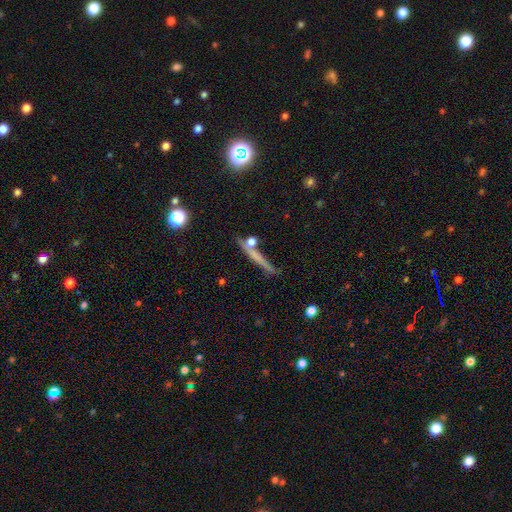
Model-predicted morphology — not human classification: Smooth or featured? Predicted: smooth (p=0.49). Merging? Predicted: none (p=0.69).